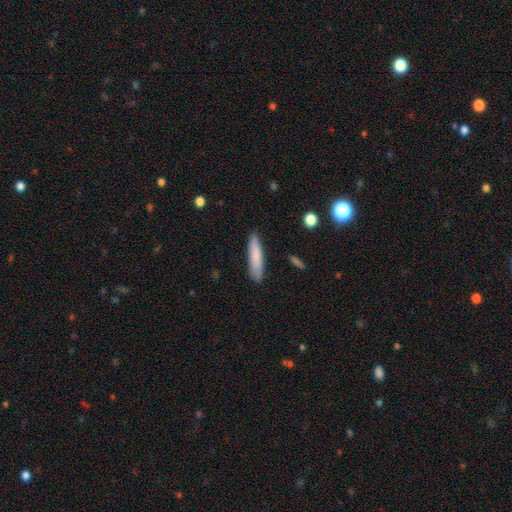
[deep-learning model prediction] A smooth galaxy with no disk features (81%) that is cigar-shaped (83%). Merging: none (87%).